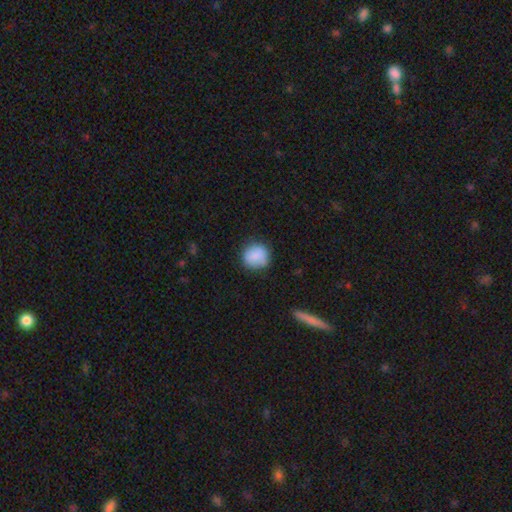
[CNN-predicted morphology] smooth-or-featured: smooth: 87% | star or artifact: 8% | featured or disk: 6%
  how-rounded: round: 86% | in between: 13% | cigar-shaped: 1%
  merging: none: 78% | minor disturbance: 16% | major disturbance: 4% | merger: 1%